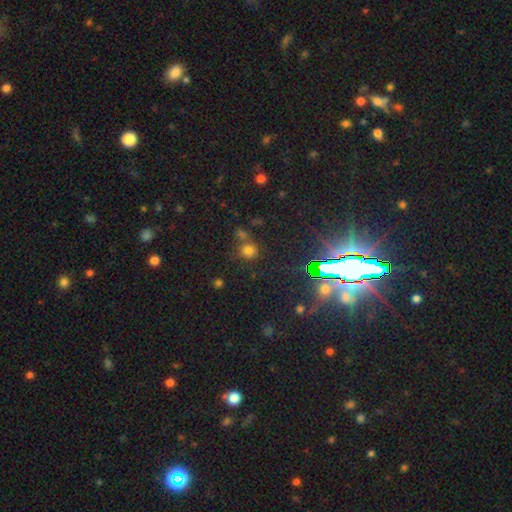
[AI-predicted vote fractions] Smooth or featured? star or artifact (76%)